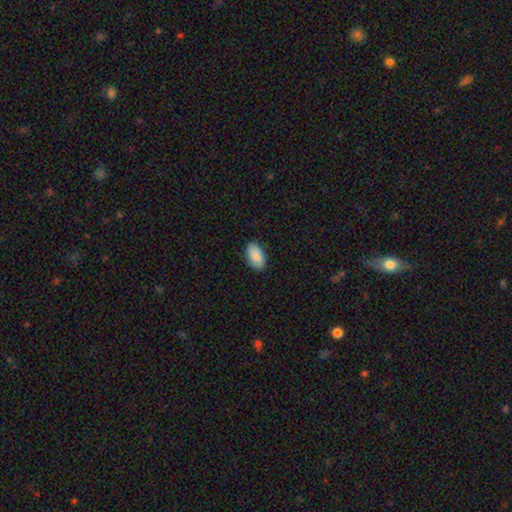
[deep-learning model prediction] smooth-or-featured: smooth: 88% | star or artifact: 6% | featured or disk: 6%
  how-rounded: in between: 95% | round: 3% | cigar-shaped: 2%
  merging: none: 87% | minor disturbance: 10% | major disturbance: 2% | merger: 1%